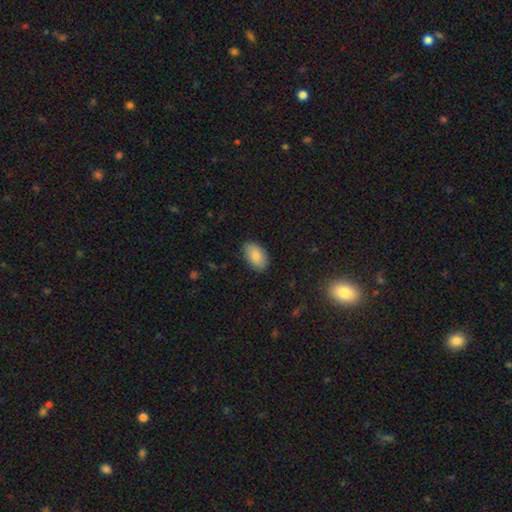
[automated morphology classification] Smooth or featured? smooth (86%)
How rounded? in between (93%)
Merging? none (86%)